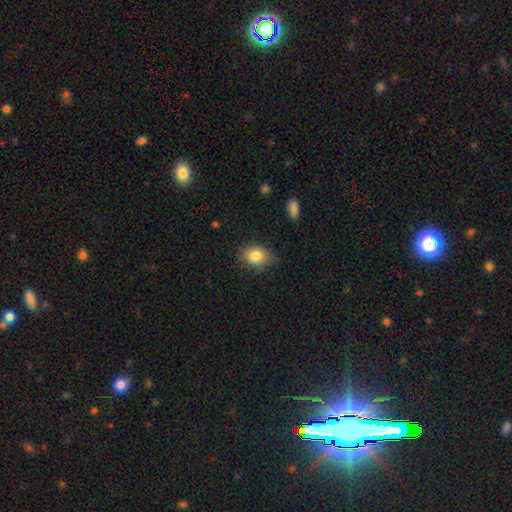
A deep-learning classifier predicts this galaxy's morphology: This appears to be a smooth galaxy with no disk features (84%) that is in between round and cigar-shaped (57%). Merging: none (82%).